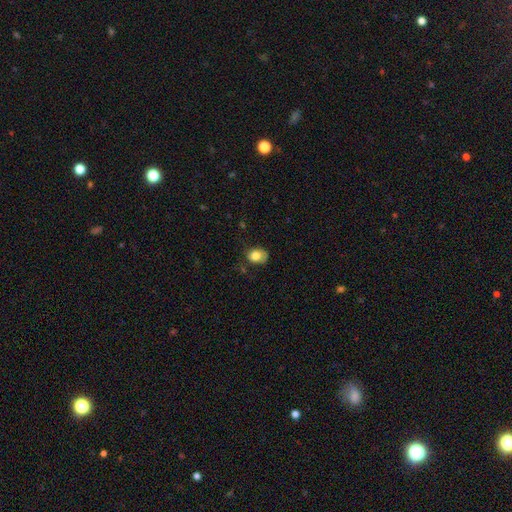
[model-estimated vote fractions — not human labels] Smooth or featured?
  - smooth: 79% *
  - featured or disk: 12%
  - star or artifact: 9%
How rounded?
  - in between: 51% *
  - round: 48%
  - cigar-shaped: 1%
Merging?
  - none: 54% *
  - minor disturbance: 32%
  - major disturbance: 11%
  - merger: 3%